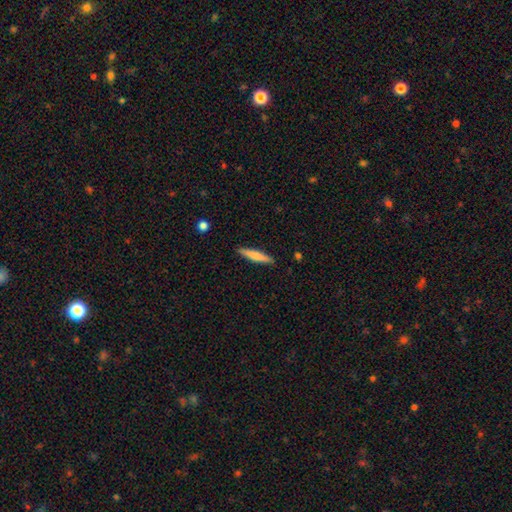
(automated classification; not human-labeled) A smooth galaxy with no disk features (70%) that is cigar-shaped (91%). Merging: none (90%).